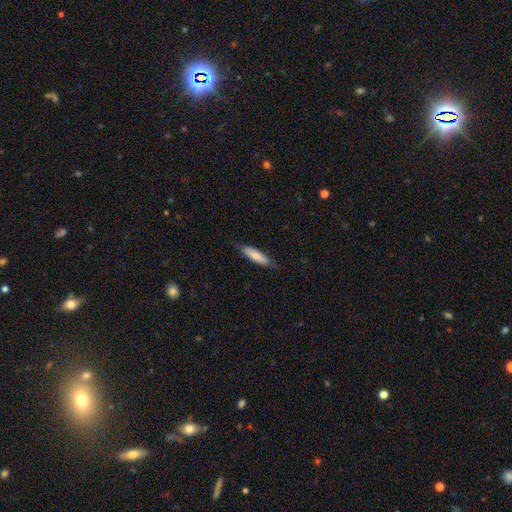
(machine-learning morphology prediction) Smooth or featured: smooth — 76% (featured or disk — 19%)
How rounded: cigar-shaped — 73% (in between — 26%)
Merging: none — 79% (minor disturbance — 17%)